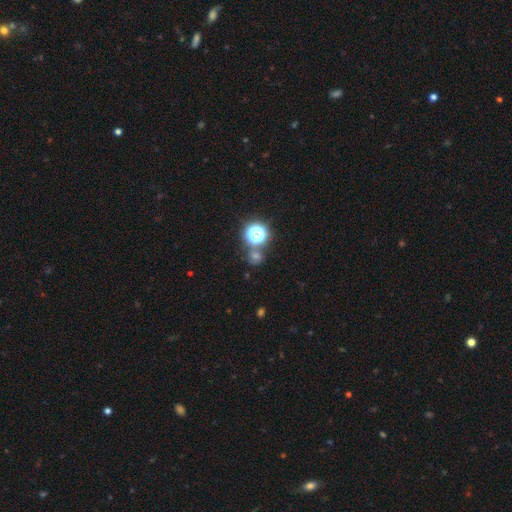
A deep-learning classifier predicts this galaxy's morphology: Overall: star or artifact (54%; smooth 37%).